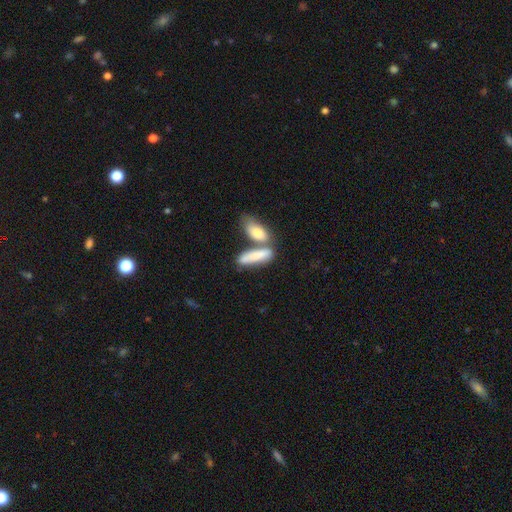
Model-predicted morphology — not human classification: The model was most divided on "how rounded": cigar-shaped: 49%, in between: 48%, round: 3%. Remaining: smooth or featured — smooth (78%); merging — merger (44%).